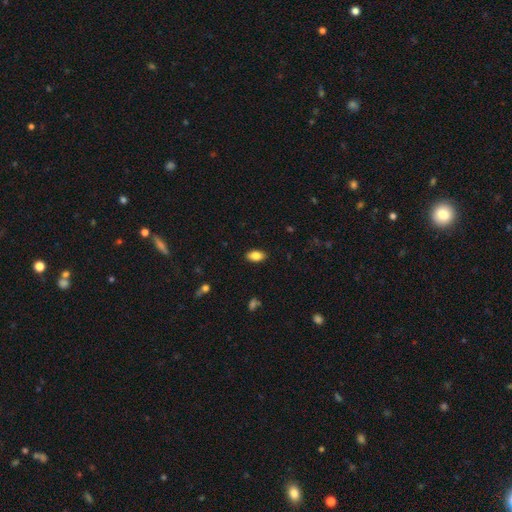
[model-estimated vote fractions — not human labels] This appears to be a smooth galaxy with no disk features (85%) that is in between round and cigar-shaped (92%). Merging: none (89%).